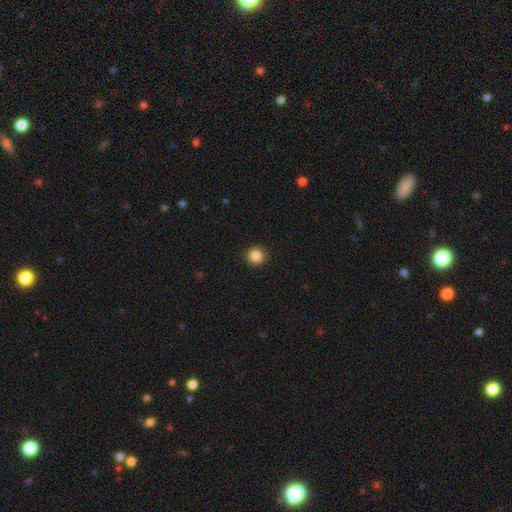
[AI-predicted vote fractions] smooth_or_featured: smooth (p=0.86) [alt: star or artifact p=0.10]
how_rounded: round (p=0.95) [alt: in between p=0.04]
merging: none (p=0.92) [alt: minor disturbance p=0.05]